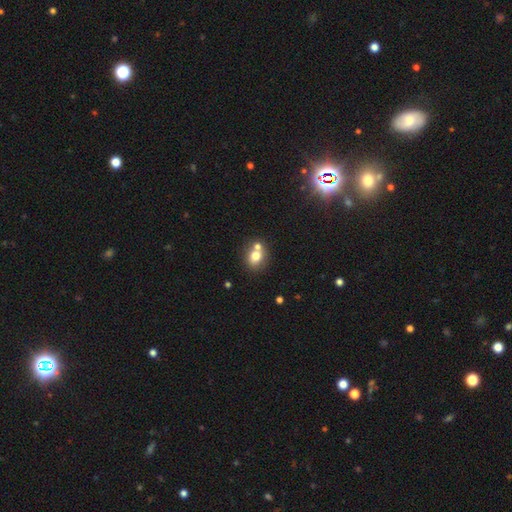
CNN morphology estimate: Smooth or featured?
  - smooth: 74% *
  - featured or disk: 14%
  - star or artifact: 12%
How rounded?
  - round: 60% *
  - in between: 39%
  - cigar-shaped: 1%
Merging?
  - none: 51% *
  - merger: 37%
  - minor disturbance: 9%
  - major disturbance: 3%